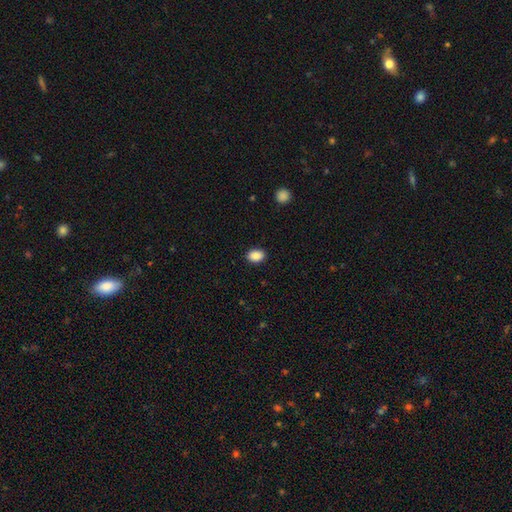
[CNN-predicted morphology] smooth 89%, star or artifact 8%, featured or disk 3%. Down the decision tree: how rounded — in between (77%); merging — none (89%).